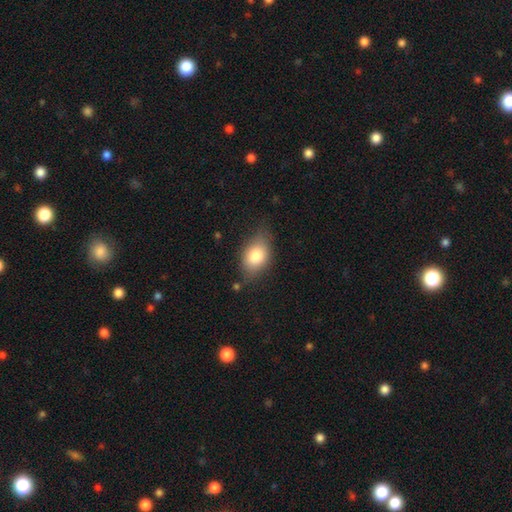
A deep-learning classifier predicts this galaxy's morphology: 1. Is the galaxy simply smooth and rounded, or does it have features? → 79% smooth, 13% featured or disk, 8% star or artifact.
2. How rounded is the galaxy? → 82% in between, 16% round, 2% cigar-shaped.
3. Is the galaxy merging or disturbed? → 69% none, 24% minor disturbance, 5% major disturbance, 2% merger.